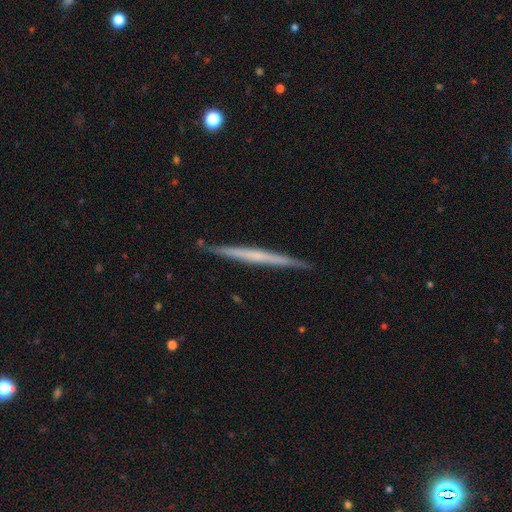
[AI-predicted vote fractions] Morphology: type=featured or disk (59%); edge-on=yes (98%); edge-on bulge=none (85%); merging=none (91%).